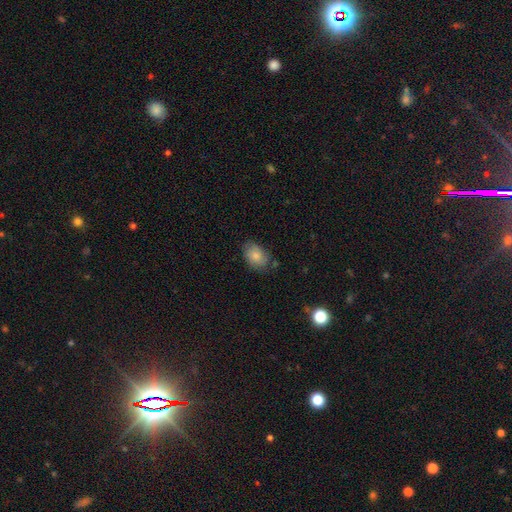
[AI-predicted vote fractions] Morphology: type=smooth (80%); roundness=in between (84%); merging=none (70%).